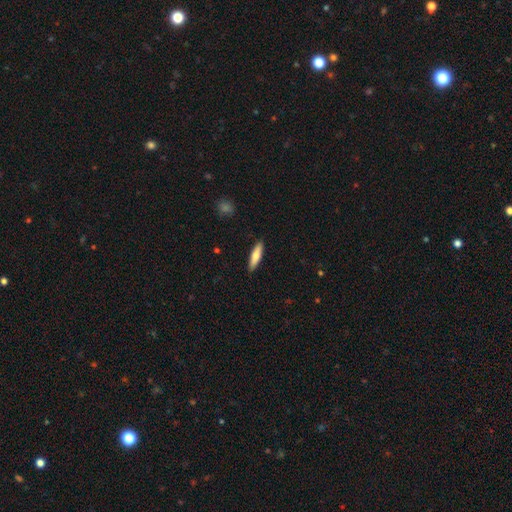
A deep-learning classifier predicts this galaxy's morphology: Smooth or featured? Predicted: smooth (p=0.70). How rounded? Predicted: cigar-shaped (p=0.71). Merging? Predicted: none (p=0.90).